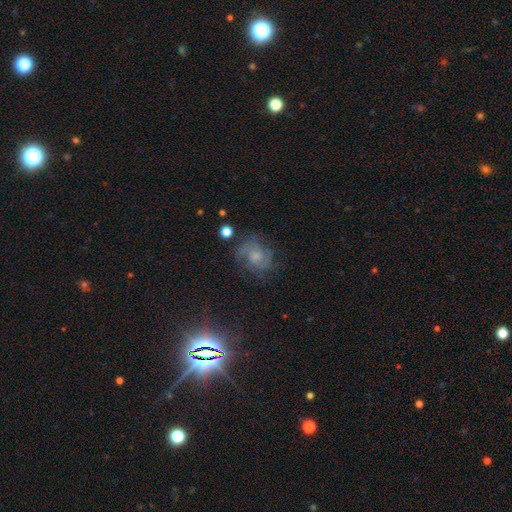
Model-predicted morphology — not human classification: featured or disk 64%, smooth 20%, star or artifact 16%. Down the decision tree: edge-on disk — no (97%); bar — no (72%); spiral arms — yes (89%); spiral arm count — 2 (31%); spiral winding — medium (46%); bulge size — small (42%); merging — none (68%).